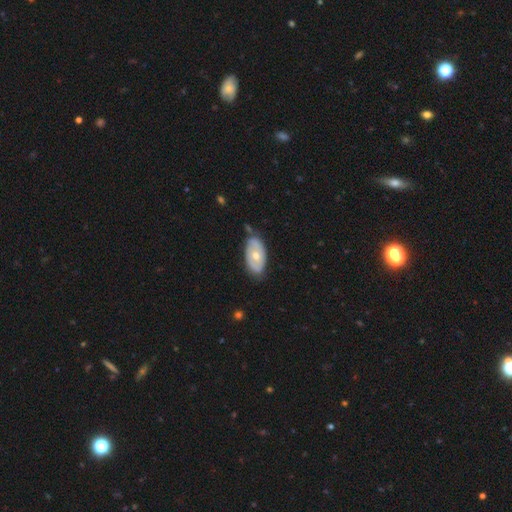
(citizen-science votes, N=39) Smooth or featured? featured or disk (56%)
Edge-on disk? no (95%)
Bar? no (81%)
Spiral arms? yes (57%)
Spiral winding? medium (50%)
Spiral arm count? 2 (58%)
Bulge size? moderate (67%)
Merging? none (59%)